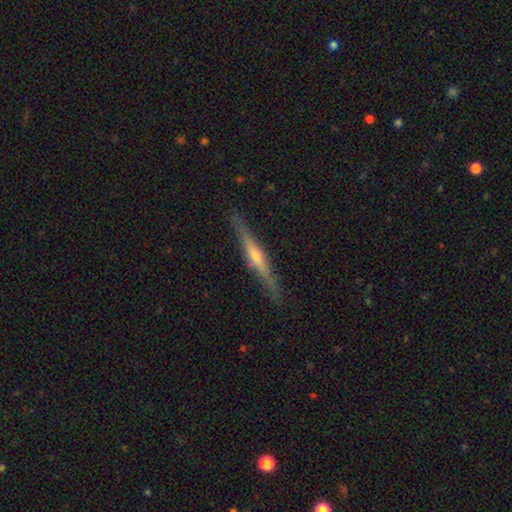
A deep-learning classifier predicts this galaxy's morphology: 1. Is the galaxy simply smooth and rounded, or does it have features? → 70% featured or disk, 24% smooth, 6% star or artifact.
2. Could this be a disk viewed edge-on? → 97% yes, 3% no.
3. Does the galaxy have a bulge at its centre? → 77% rounded, 15% none, 7% boxy.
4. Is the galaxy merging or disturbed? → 88% none, 9% minor disturbance, 2% major disturbance, 1% merger.